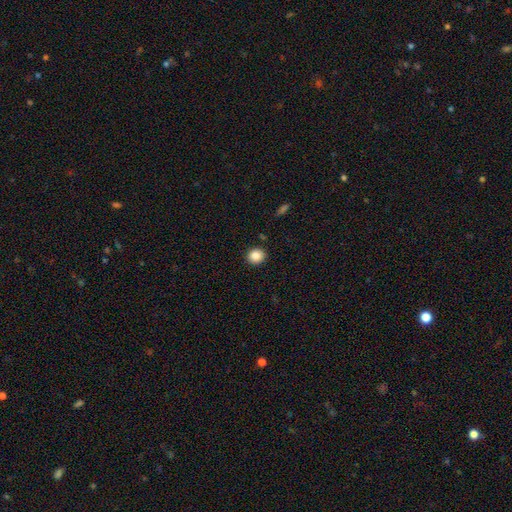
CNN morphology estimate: Q: Smooth or featured?
A: smooth (87%); runner-up: star or artifact (9%)
Q: How rounded?
A: round (86%); runner-up: in between (13%)
Q: Merging?
A: none (90%); runner-up: minor disturbance (6%)